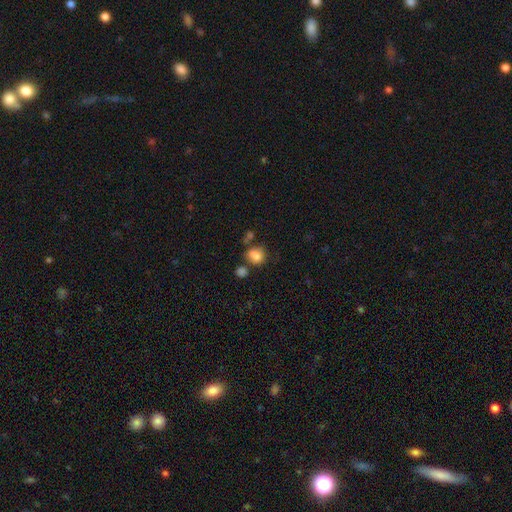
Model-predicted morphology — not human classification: smooth 82%, star or artifact 11%, featured or disk 7%. Down the decision tree: how rounded — round (60%); merging — none (53%).